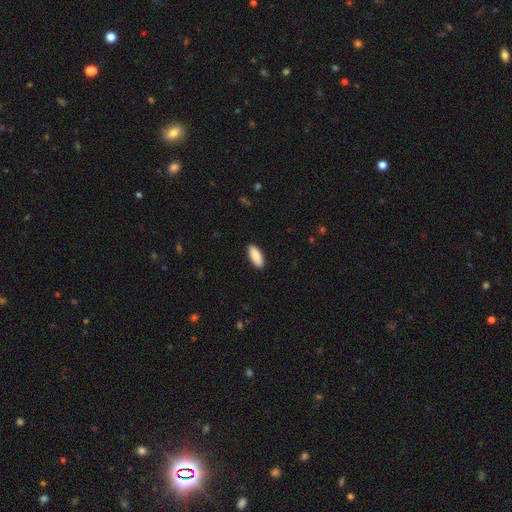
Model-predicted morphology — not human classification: A smooth galaxy with no disk features (89%) that is in between round and cigar-shaped (85%). Merging: none (90%).